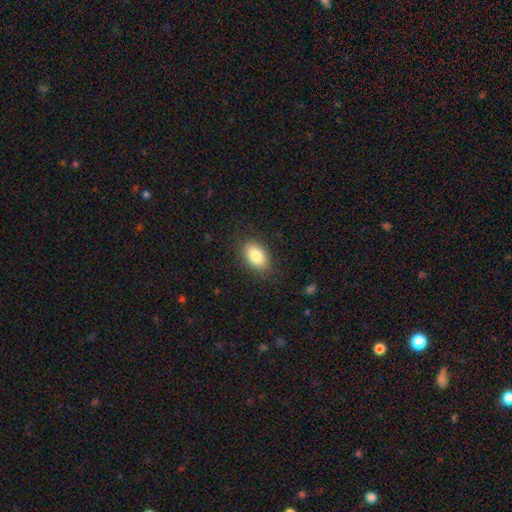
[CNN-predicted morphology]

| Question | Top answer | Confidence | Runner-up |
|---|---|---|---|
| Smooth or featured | smooth | 84% | featured or disk (8%) |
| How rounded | in between | 89% | round (10%) |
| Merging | none | 86% | minor disturbance (10%) |